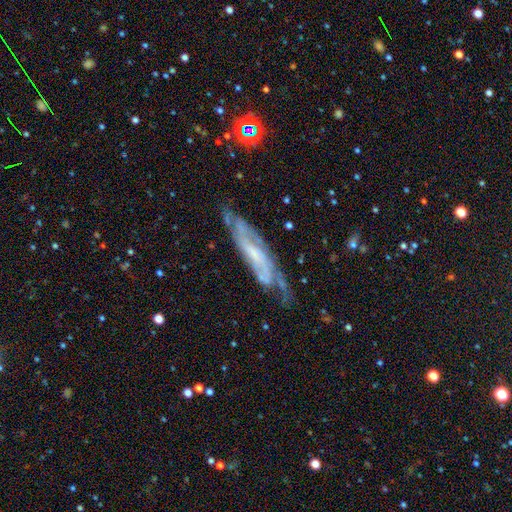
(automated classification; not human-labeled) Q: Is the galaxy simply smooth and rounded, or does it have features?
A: featured or disk — 78%.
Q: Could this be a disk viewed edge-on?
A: no — 67%.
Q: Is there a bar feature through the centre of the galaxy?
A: no — 42%.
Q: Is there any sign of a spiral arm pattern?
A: yes — 92%.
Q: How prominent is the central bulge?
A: small — 52%.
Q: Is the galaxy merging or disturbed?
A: none — 67%.